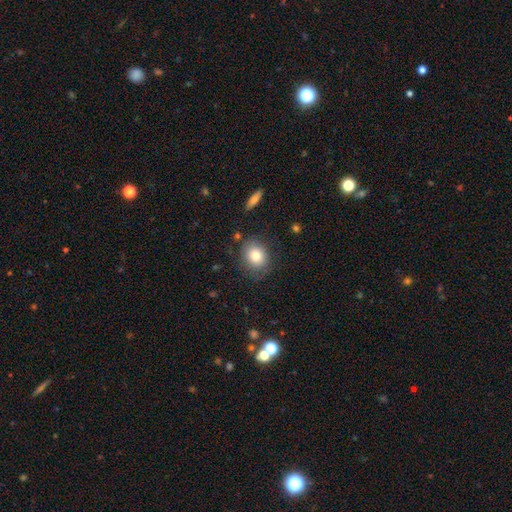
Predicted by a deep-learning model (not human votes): This appears to be a smooth galaxy with no disk features (80%) that is round (59%). Merging: none (78%).